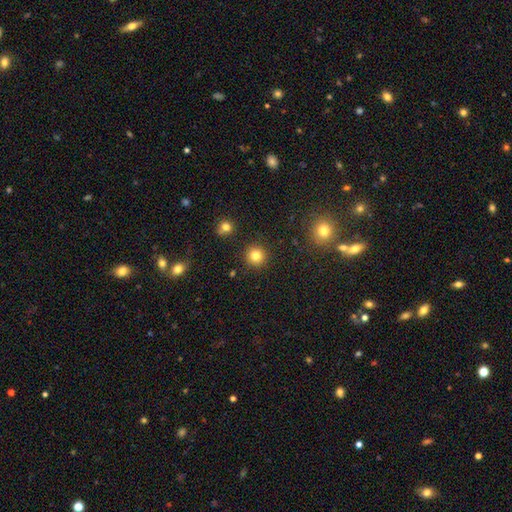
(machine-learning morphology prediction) smooth_or_featured: smooth (p=0.82) [alt: star or artifact p=0.12]
how_rounded: round (p=0.94) [alt: in between p=0.05]
merging: none (p=0.91) [alt: minor disturbance p=0.05]